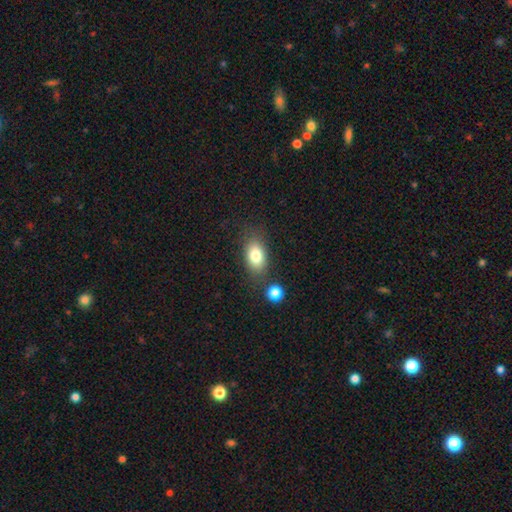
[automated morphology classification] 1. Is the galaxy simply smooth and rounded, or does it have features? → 80% smooth, 11% featured or disk, 9% star or artifact.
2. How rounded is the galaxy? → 85% in between, 13% round, 2% cigar-shaped.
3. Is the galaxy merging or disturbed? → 76% none, 13% minor disturbance, 6% merger, 4% major disturbance.